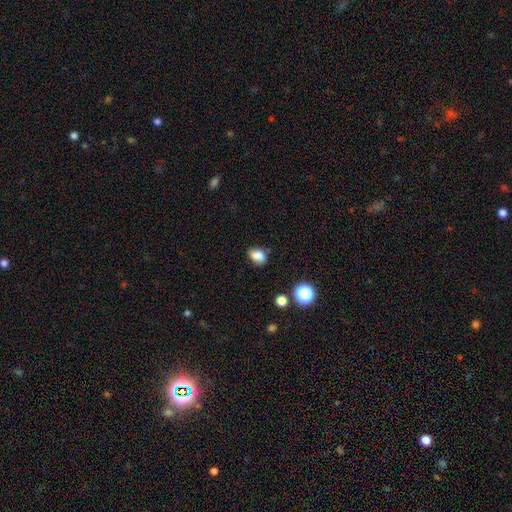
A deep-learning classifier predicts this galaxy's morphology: Overall: smooth (79%). How rounded: in between (72%). Merging: none (69%).